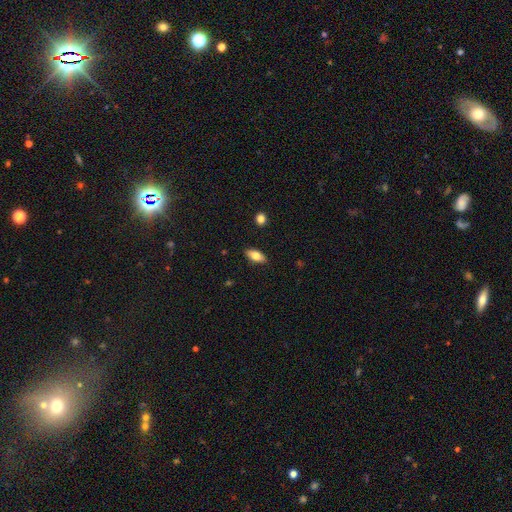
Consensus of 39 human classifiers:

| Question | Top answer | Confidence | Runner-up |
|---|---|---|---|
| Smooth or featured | smooth | 74% | featured or disk (21%) |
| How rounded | in between | 97% | cigar-shaped (3%) |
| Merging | none | 78% | minor disturbance (22%) |